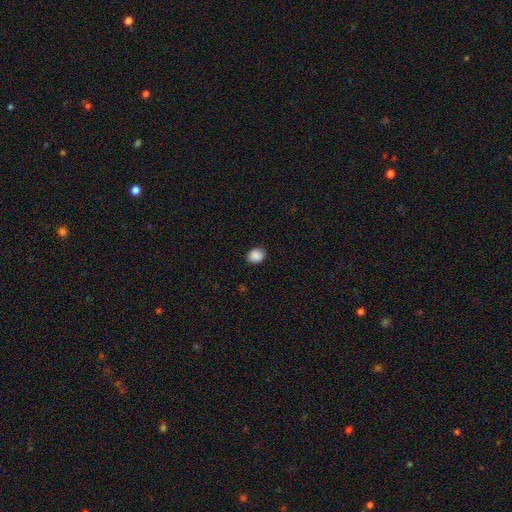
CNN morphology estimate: smooth 88%, star or artifact 8%, featured or disk 3%. Down the decision tree: how rounded — round (53%); merging — none (88%).